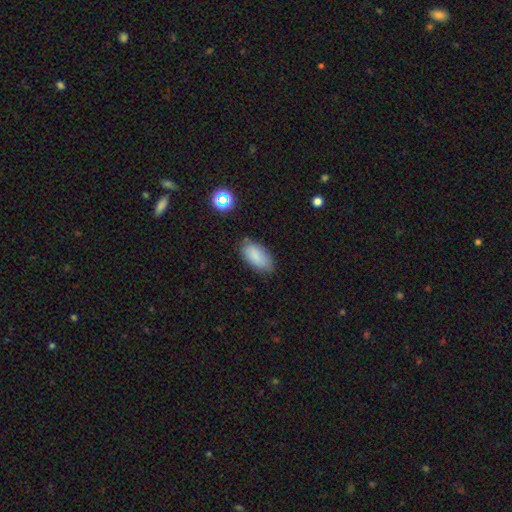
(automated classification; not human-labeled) Smooth or featured? smooth (85%)
How rounded? in between (93%)
Merging? none (79%)